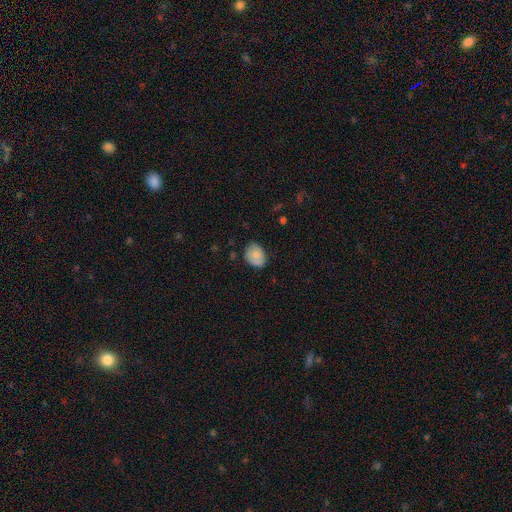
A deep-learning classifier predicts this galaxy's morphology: A smooth galaxy with no disk features (74%) that is in between round and cigar-shaped (63%).

Vote fractions:
- Smooth or featured? smooth: 74% / featured or disk: 18% / star or artifact: 7%
- How rounded? in between: 63% / round: 36% / cigar-shaped: 1%
- Merging? none: 70% / minor disturbance: 24% / major disturbance: 4% / merger: 2%